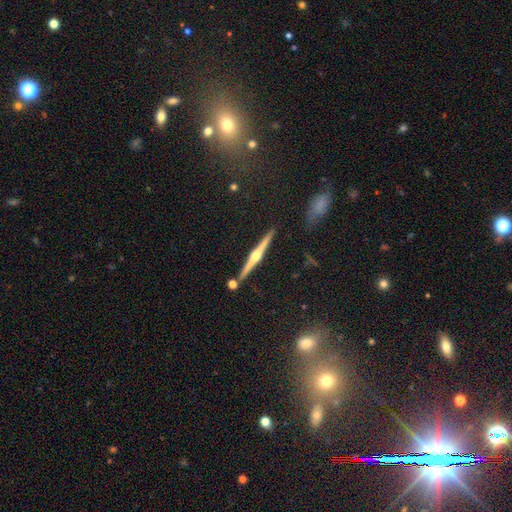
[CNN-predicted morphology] A featured or disk galaxy (81%) viewed edge-on (98%) with a rounded central bulge (94%). Merging: none (89%).